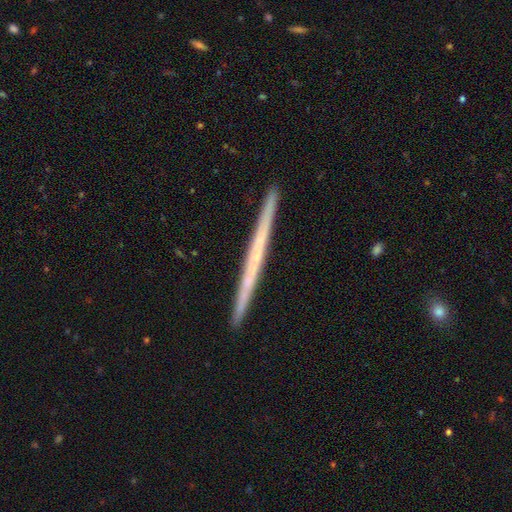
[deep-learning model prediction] Smooth or featured? featured or disk (61%)
Edge-on disk? yes (98%)
Edge-on bulge? none (87%)
Merging? none (93%)